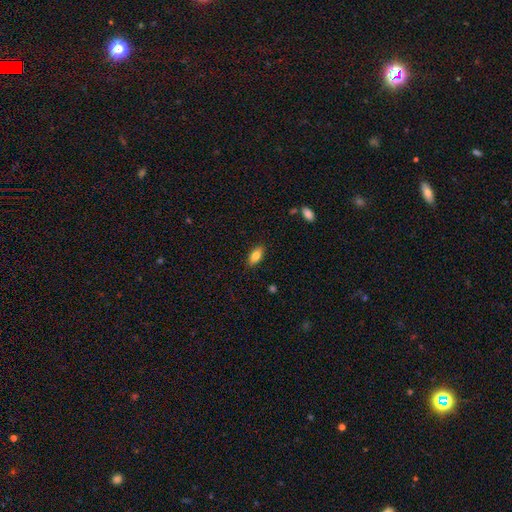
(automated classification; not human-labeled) Smooth or featured: smooth — 82% (featured or disk — 11%)
How rounded: in between — 86% (cigar-shaped — 11%)
Merging: none — 86% (minor disturbance — 10%)